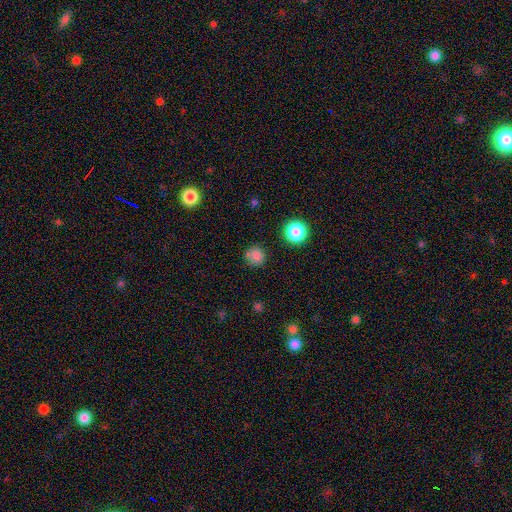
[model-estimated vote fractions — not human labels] smooth_or_featured: smooth (p=0.80) [alt: star or artifact p=0.14]
how_rounded: round (p=0.92) [alt: in between p=0.07]
merging: none (p=0.79) [alt: minor disturbance p=0.13]